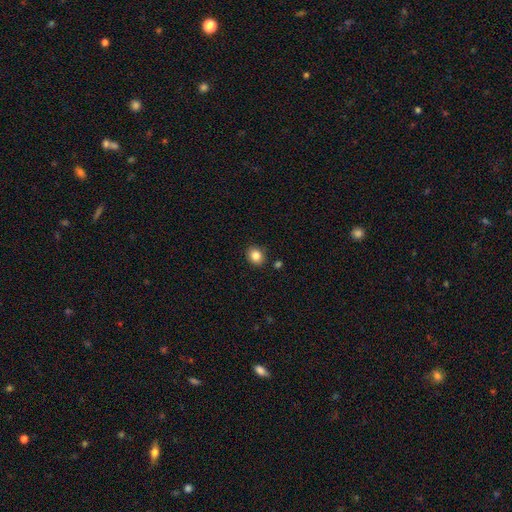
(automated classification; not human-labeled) Smooth or featured? Predicted: smooth (p=0.85). How rounded? Predicted: round (p=0.61). Merging? Predicted: none (p=0.87).